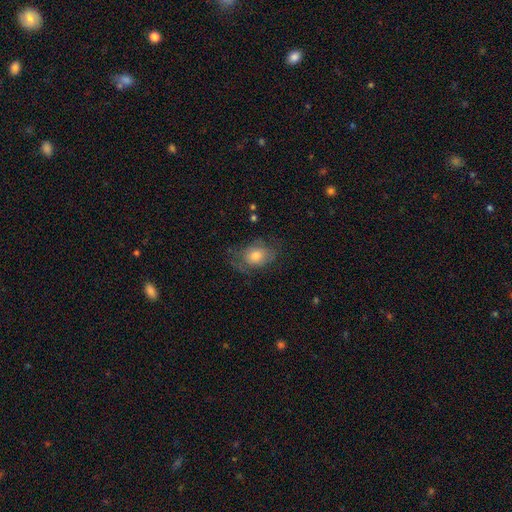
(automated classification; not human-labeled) Morphology: type=smooth (64%); roundness=in between (61%); merging=none (54%).